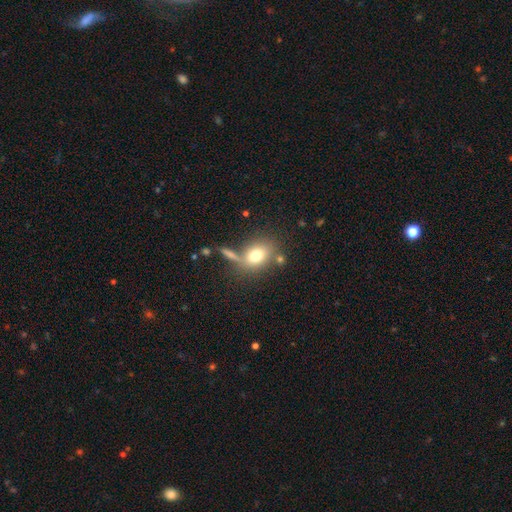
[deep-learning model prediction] smooth_or_featured: smooth (p=0.74) [alt: featured or disk p=0.15]
how_rounded: in between (p=0.61) [alt: round p=0.37]
merging: none (p=0.62) [alt: merger p=0.17]